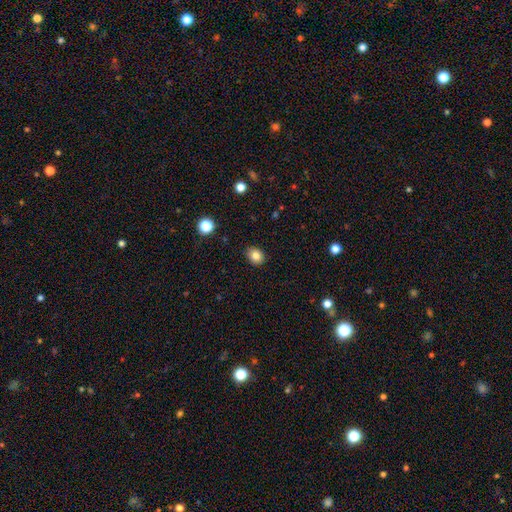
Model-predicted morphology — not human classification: This is clearly a smooth galaxy (82%). How rounded: possibly round (56%). Merging: clearly none (88%).